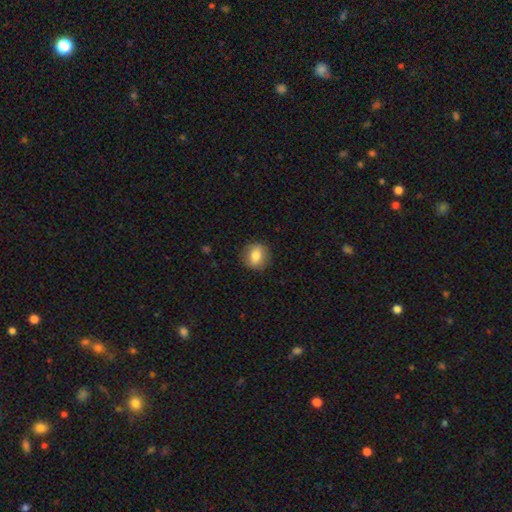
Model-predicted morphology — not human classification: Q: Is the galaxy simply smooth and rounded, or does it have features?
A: smooth — 77%.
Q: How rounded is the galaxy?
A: round — 81%.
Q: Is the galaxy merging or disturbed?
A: none — 89%.